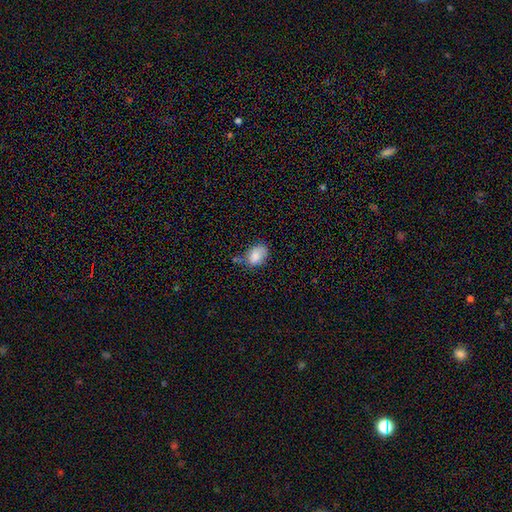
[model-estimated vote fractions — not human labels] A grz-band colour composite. It shows a smooth galaxy with no disk features (80%) that is in between round and cigar-shaped (83%). Merging: none (48%).